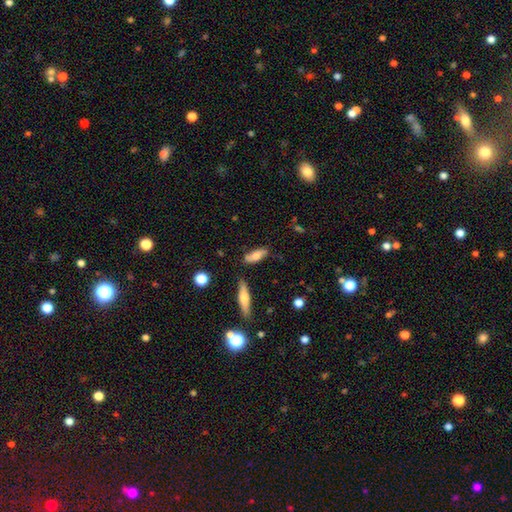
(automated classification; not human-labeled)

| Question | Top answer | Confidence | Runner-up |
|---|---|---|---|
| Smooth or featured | smooth | 65% | featured or disk (28%) |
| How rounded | in between | 56% | cigar-shaped (41%) |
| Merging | none | 72% | minor disturbance (19%) |